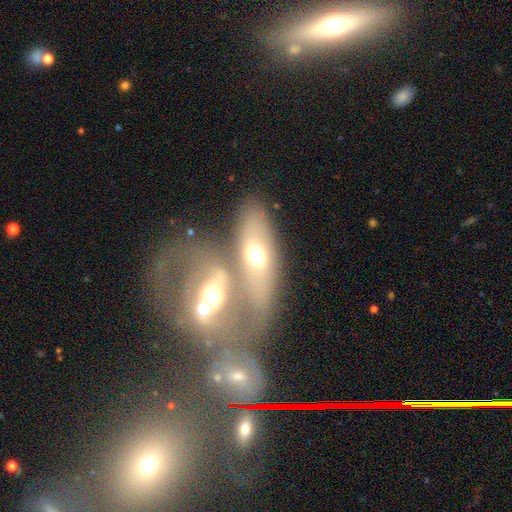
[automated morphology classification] Smooth or featured: smooth — 53% (featured or disk — 38%)
How rounded: in between — 77% (cigar-shaped — 15%)
Merging: merger — 55% (none — 28%)